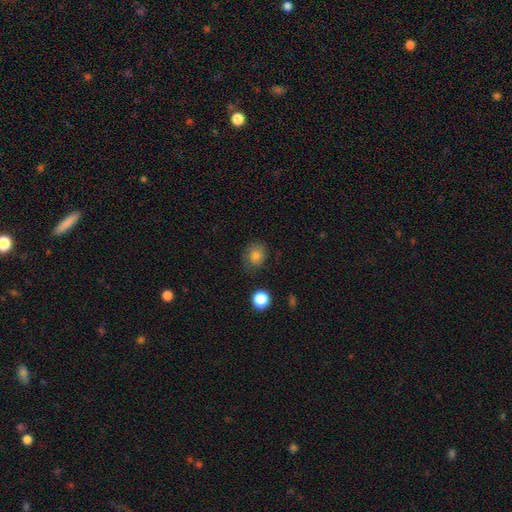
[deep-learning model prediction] Smooth or featured: smooth — 77% (star or artifact — 13%)
How rounded: round — 69% (in between — 30%)
Merging: none — 74% (minor disturbance — 18%)